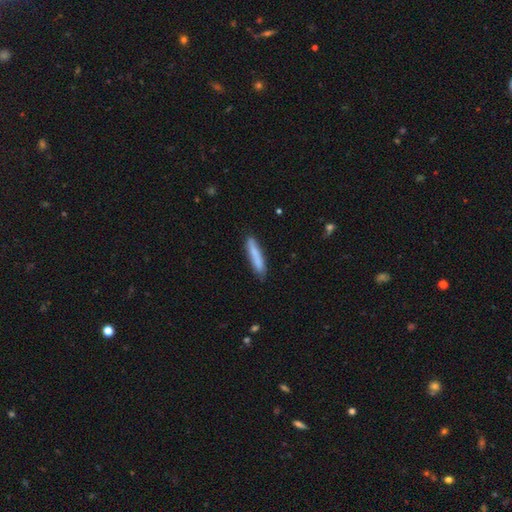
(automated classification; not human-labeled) The model was most divided on "smooth or featured": smooth: 77%, featured or disk: 17%, star or artifact: 6%. More confident: how rounded — cigar-shaped (91%); merging — none (85%).